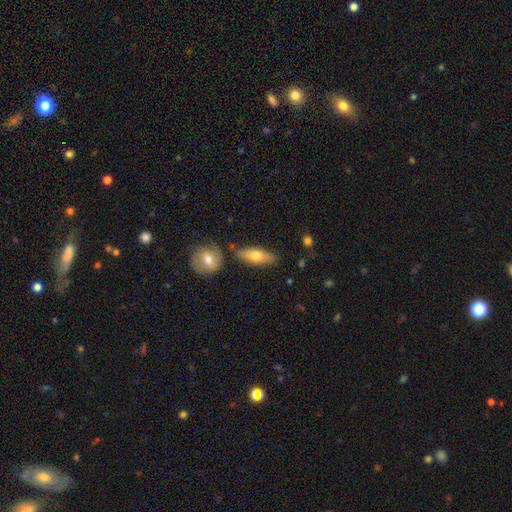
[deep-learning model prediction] Smooth or featured?
  - smooth: 65% *
  - featured or disk: 29%
  - star or artifact: 6%
How rounded?
  - in between: 60% *
  - cigar-shaped: 36%
  - round: 3%
Merging?
  - none: 75% *
  - minor disturbance: 14%
  - merger: 8%
  - major disturbance: 3%